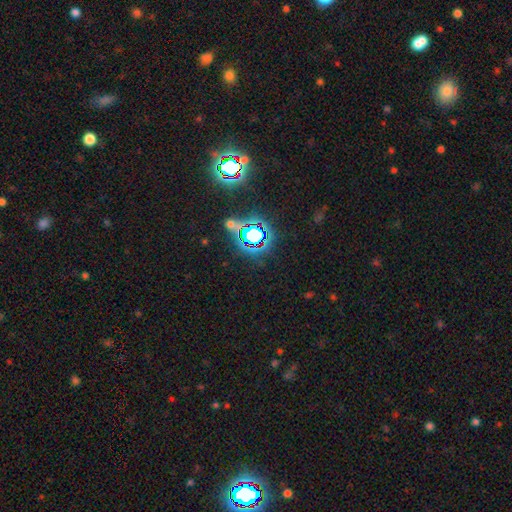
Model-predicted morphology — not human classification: This is likely a star or artifact rather than a galaxy (76%).